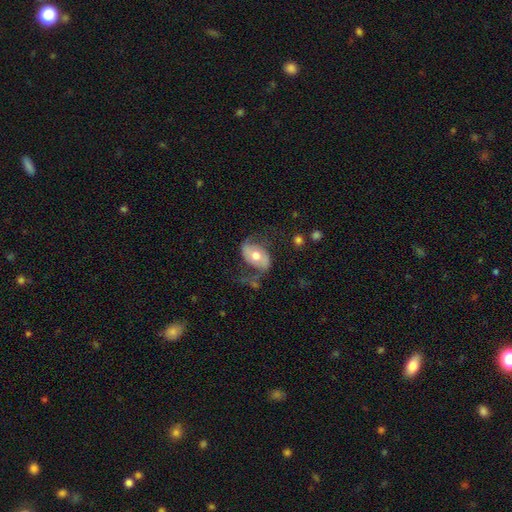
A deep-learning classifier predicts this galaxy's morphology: This is possibly a featured or disk galaxy (56%). It is clearly not viewed edge-on (94%). Bar: likely no (62%). Spiral arm pattern: likely yes (72%). Central bulge: likely moderate (75%). Merging: possibly none (55%).